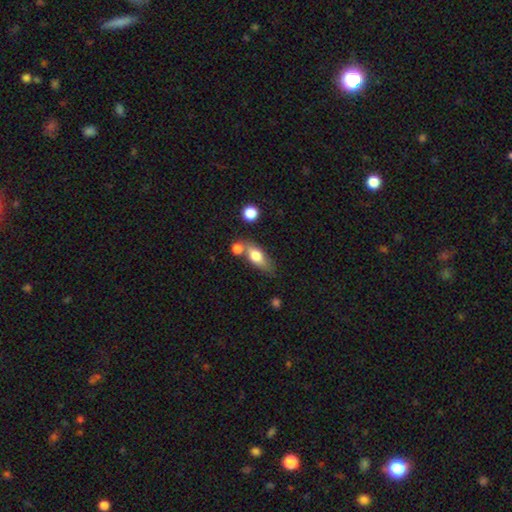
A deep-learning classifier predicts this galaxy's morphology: Smooth or featured?
  - smooth: 70% *
  - featured or disk: 22%
  - star or artifact: 8%
How rounded?
  - in between: 71% *
  - cigar-shaped: 22%
  - round: 7%
Merging?
  - none: 54% *
  - merger: 23%
  - minor disturbance: 17%
  - major disturbance: 6%